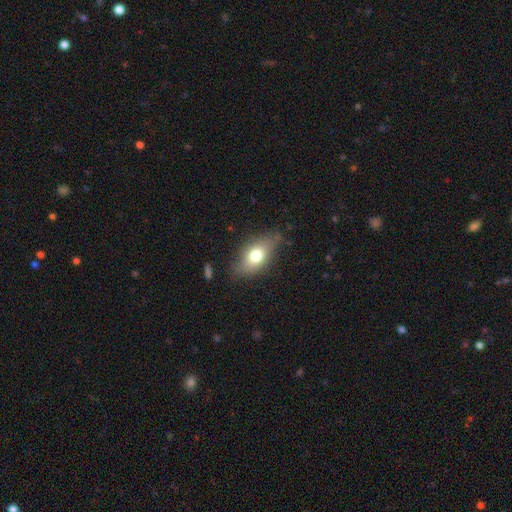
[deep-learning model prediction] smooth_or_featured: smooth (p=0.68) [alt: featured or disk p=0.24]
how_rounded: in between (p=0.81) [alt: round p=0.10]
merging: none (p=0.71) [alt: minor disturbance p=0.22]